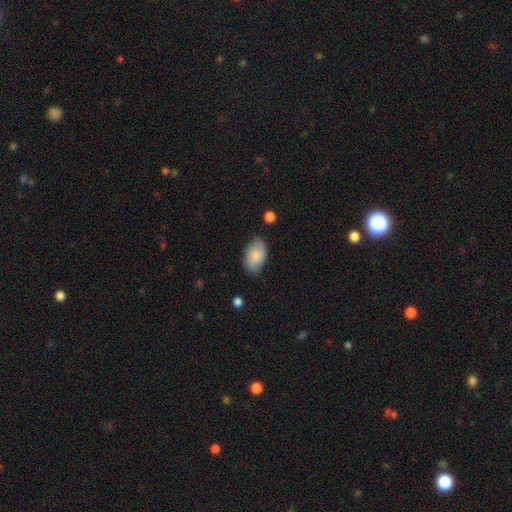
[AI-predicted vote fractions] Smooth or featured? Predicted: smooth (p=0.85). How rounded? Predicted: in between (p=0.93). Merging? Predicted: none (p=0.78).